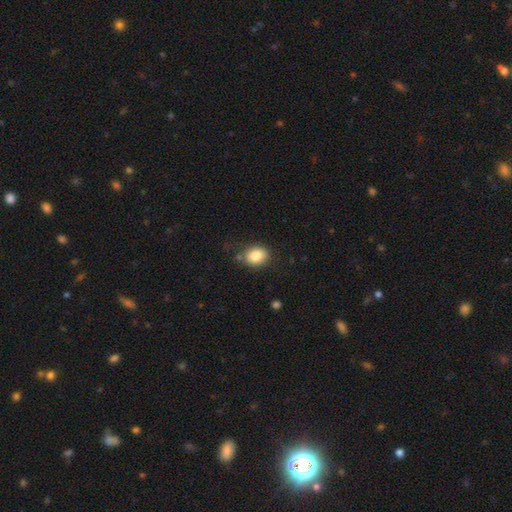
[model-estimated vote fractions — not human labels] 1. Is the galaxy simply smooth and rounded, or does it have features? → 85% smooth, 9% star or artifact, 6% featured or disk.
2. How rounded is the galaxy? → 52% in between, 47% round, 1% cigar-shaped.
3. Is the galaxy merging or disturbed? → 73% none, 18% minor disturbance, 5% major disturbance, 4% merger.